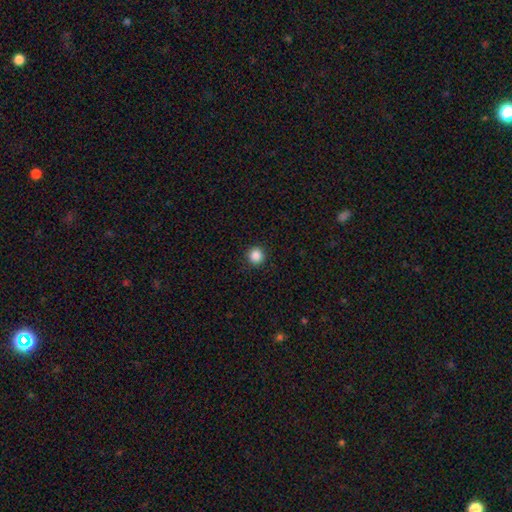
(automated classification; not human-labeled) The model was most divided on "smooth or featured": smooth: 87%, star or artifact: 10%, featured or disk: 3%. More confident: how rounded — round (95%); merging — none (92%).